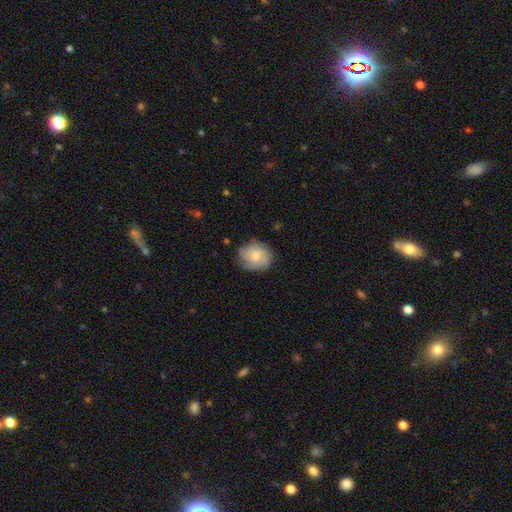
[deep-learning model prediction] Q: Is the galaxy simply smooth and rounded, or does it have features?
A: smooth — 53%.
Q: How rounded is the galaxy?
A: round — 71%.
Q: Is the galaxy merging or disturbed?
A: none — 72%.